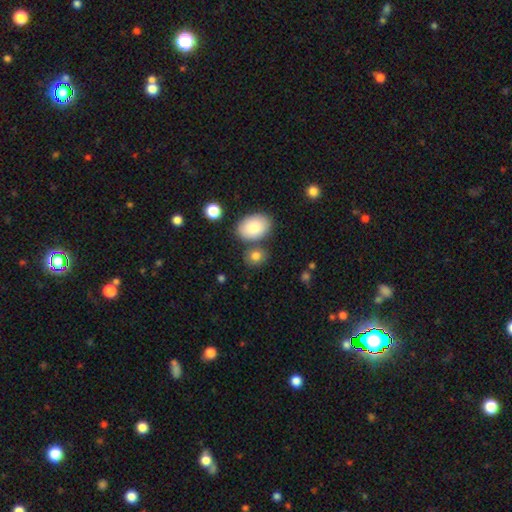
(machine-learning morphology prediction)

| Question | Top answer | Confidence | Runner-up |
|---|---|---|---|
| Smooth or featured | smooth | 82% | star or artifact (9%) |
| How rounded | in between | 58% | round (40%) |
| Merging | none | 67% | merger (17%) |